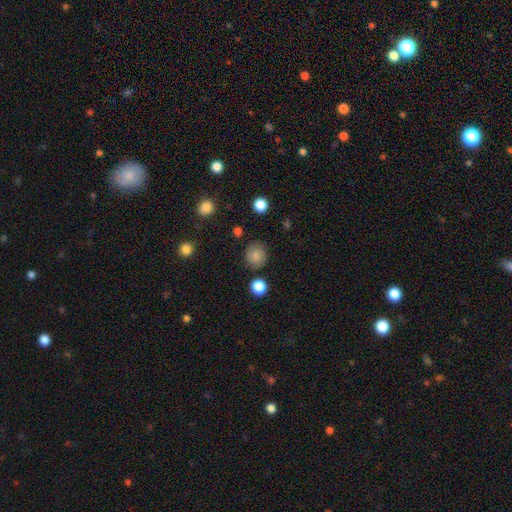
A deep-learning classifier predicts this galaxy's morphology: A smooth galaxy with no disk features (81%) that is round (87%).

Vote fractions:
- Smooth or featured? smooth: 81% / star or artifact: 11% / featured or disk: 8%
- How rounded? round: 87% / in between: 12% / cigar-shaped: 1%
- Merging? none: 81% / minor disturbance: 13% / major disturbance: 4% / merger: 2%